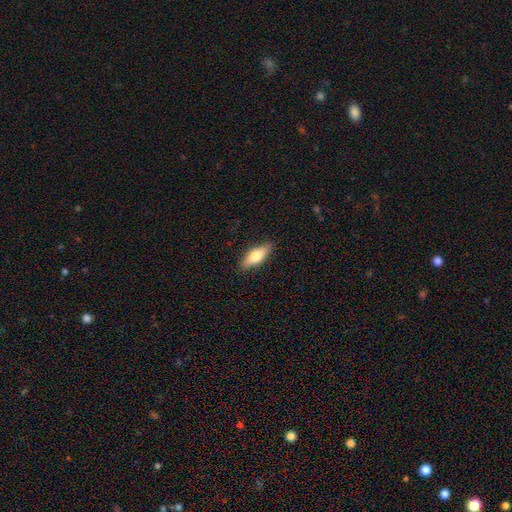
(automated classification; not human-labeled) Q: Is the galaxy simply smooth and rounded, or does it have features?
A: smooth — 69%.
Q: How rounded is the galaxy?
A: in between — 63%.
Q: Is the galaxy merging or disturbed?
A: none — 87%.